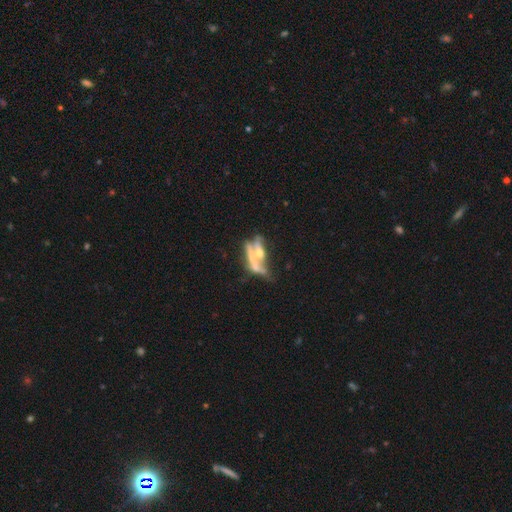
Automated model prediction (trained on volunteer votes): Smooth or featured? Predicted: featured or disk (p=0.55). Edge-on disk? Predicted: no (p=0.52). Merging? Predicted: merger (p=0.58).